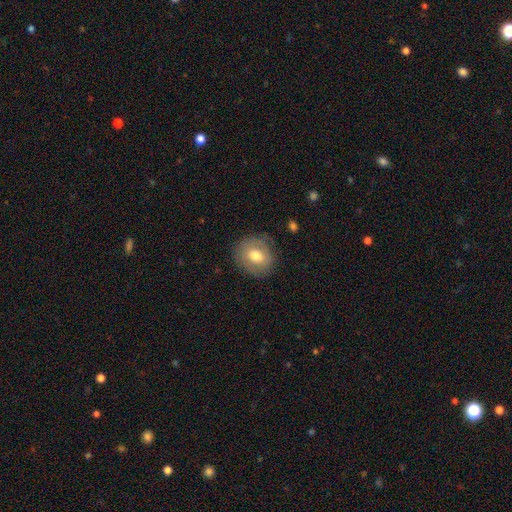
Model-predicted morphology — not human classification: smooth 69%, featured or disk 23%, star or artifact 8%. Down the decision tree: how rounded — round (73%); merging — none (82%).